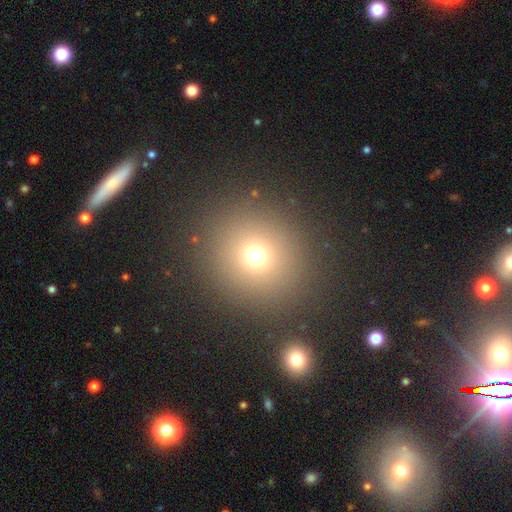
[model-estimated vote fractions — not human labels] smooth_or_featured: smooth (p=0.71) [alt: star or artifact p=0.20]
how_rounded: round (p=0.88) [alt: in between p=0.11]
merging: none (p=0.84) [alt: minor disturbance p=0.07]